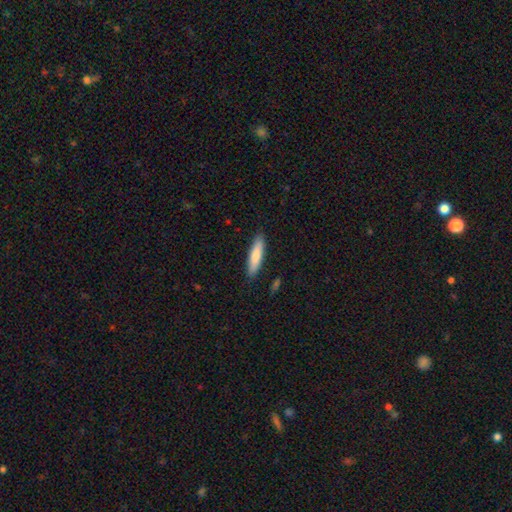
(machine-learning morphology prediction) Smooth or featured? Predicted: smooth (p=0.78). How rounded? Predicted: cigar-shaped (p=0.75). Merging? Predicted: none (p=0.88).